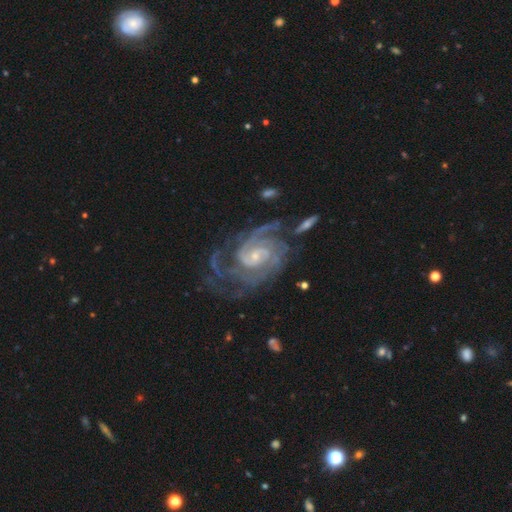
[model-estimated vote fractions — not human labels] The model was most divided on "bar": no: 46%, weak: 43%, strong: 12%. Remaining: spiral arms — yes (98%); edge-on disk — no (97%); smooth or featured — featured or disk (91%); bulge size — small (66%); spiral winding — tight (59%); merging — none (58%); spiral arm count — 2 (31%).